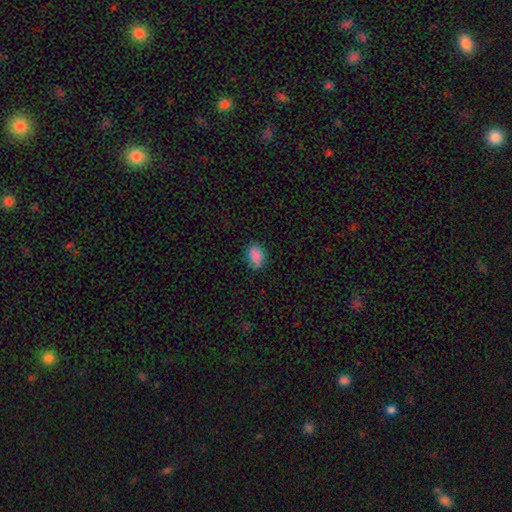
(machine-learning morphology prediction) smooth 88%, star or artifact 9%, featured or disk 3%. Down the decision tree: how rounded — in between (85%); merging — none (83%).